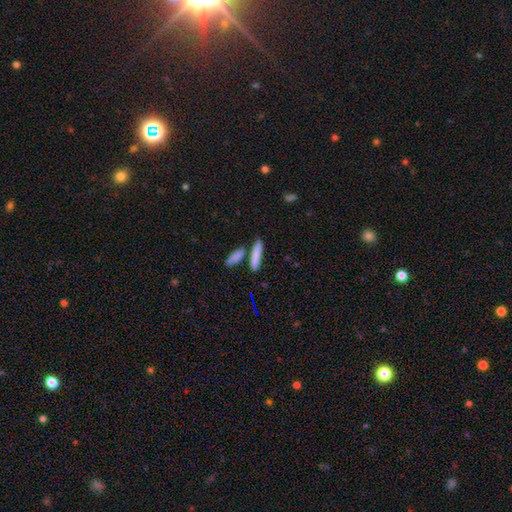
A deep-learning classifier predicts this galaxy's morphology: Q: Smooth or featured?
A: smooth (81%); runner-up: featured or disk (12%)
Q: How rounded?
A: cigar-shaped (84%); runner-up: in between (13%)
Q: Merging?
A: none (77%); runner-up: merger (12%)